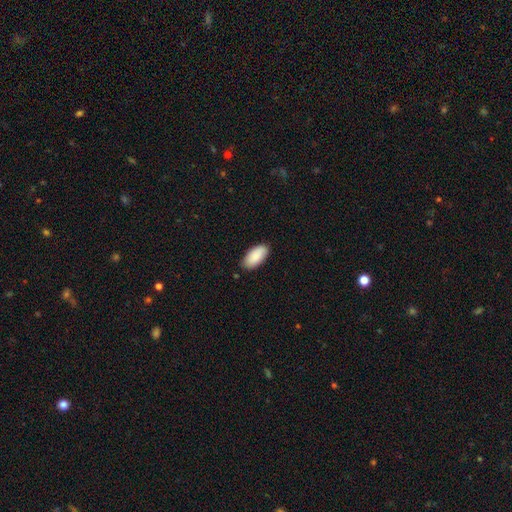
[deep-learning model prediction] Smooth or featured? smooth (90%)
How rounded? in between (94%)
Merging? none (86%)